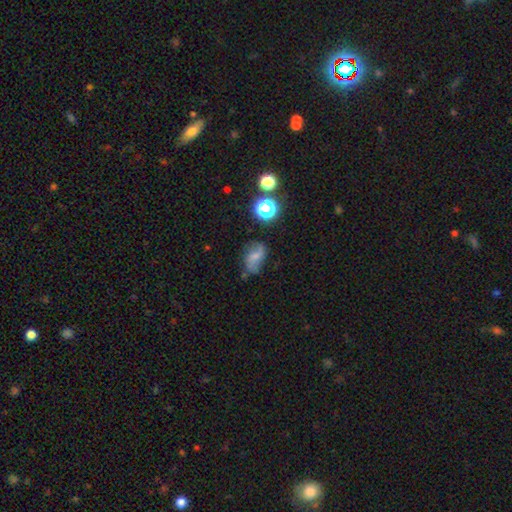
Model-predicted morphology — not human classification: A featured or disk galaxy (44%).

Vote fractions:
- Smooth or featured? featured or disk: 44% / smooth: 42% / star or artifact: 15%
- Merging? none: 55% / minor disturbance: 27% / major disturbance: 13% / merger: 5%